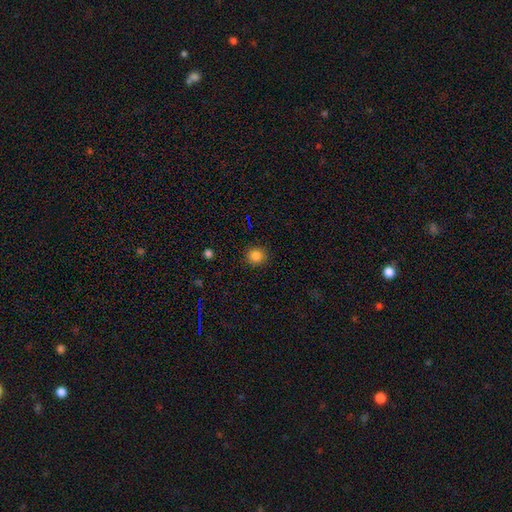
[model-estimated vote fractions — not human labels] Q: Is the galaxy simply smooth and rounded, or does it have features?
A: smooth — 84%.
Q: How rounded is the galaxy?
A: round — 89%.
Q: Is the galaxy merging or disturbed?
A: none — 90%.